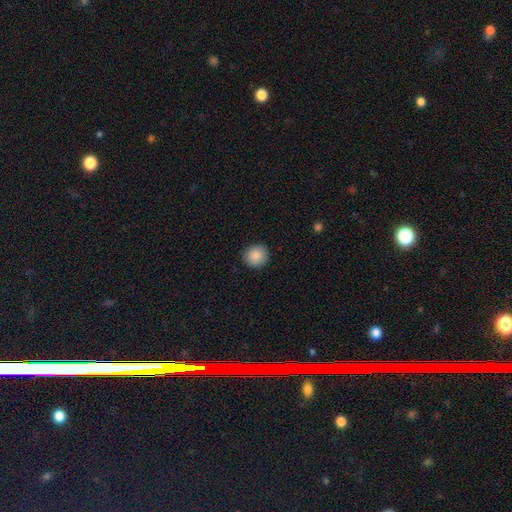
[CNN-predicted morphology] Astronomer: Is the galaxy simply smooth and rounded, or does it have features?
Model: smooth — 88%.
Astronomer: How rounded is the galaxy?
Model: round — 89%.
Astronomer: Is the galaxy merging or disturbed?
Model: none — 90%.